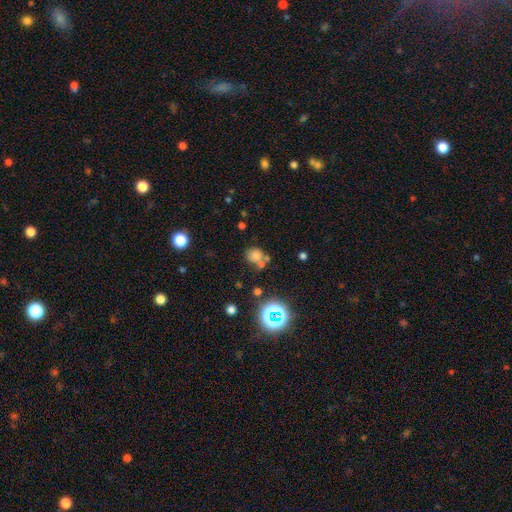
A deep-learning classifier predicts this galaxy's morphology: This appears to be a smooth galaxy with no disk features (69%) that is round (79%). Merging: none (58%).